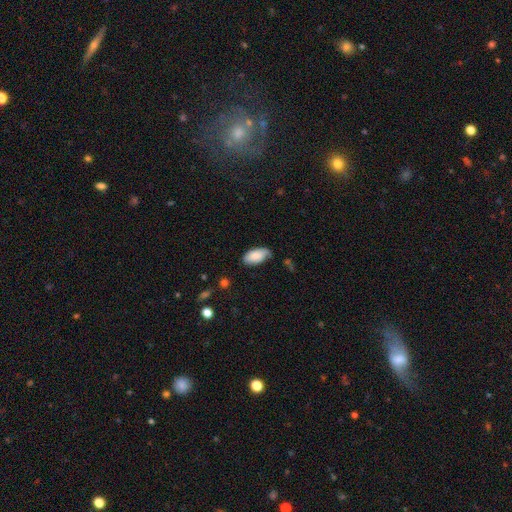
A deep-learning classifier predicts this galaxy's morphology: A smooth galaxy with no disk features (84%) that is in between round and cigar-shaped (94%). Merging: none (65%).